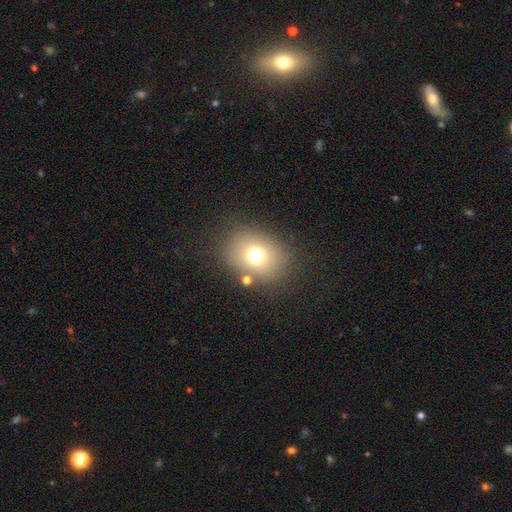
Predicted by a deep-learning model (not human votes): This appears to be a smooth galaxy with no disk features (72%) that is in between round and cigar-shaped (50%). Merging: none (79%).